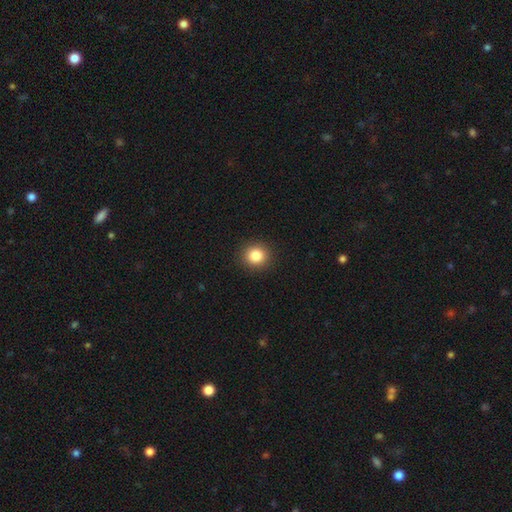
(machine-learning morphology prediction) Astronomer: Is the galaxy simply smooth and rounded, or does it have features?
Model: smooth — 84%.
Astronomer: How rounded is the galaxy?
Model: round — 90%.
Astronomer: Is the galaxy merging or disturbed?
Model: none — 92%.